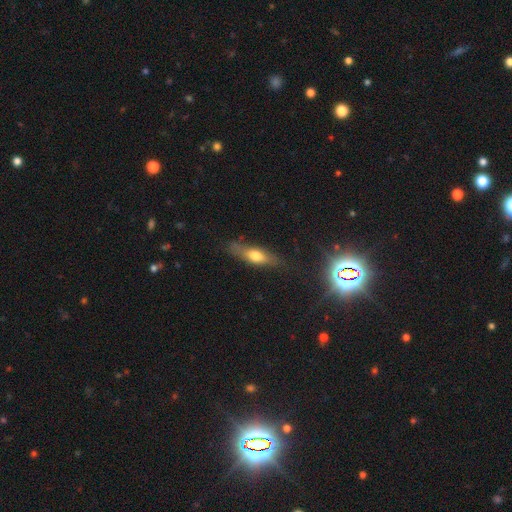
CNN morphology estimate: smooth 57%, featured or disk 34%, star or artifact 8%. Down the decision tree: how rounded — cigar-shaped (52%); merging — none (71%).